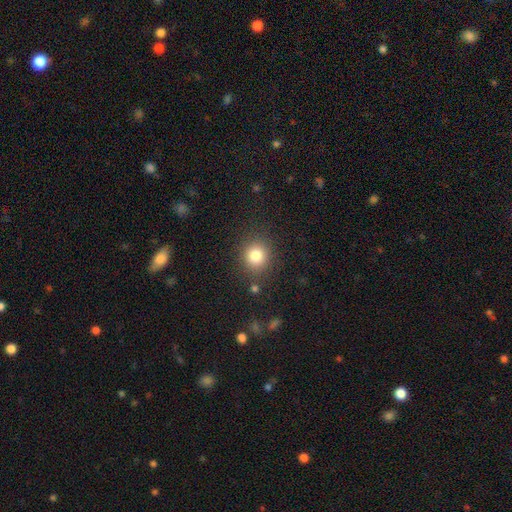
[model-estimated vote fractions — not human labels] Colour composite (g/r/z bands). It shows a smooth galaxy with no disk features (81%) that is round (86%). Merging: none (85%).